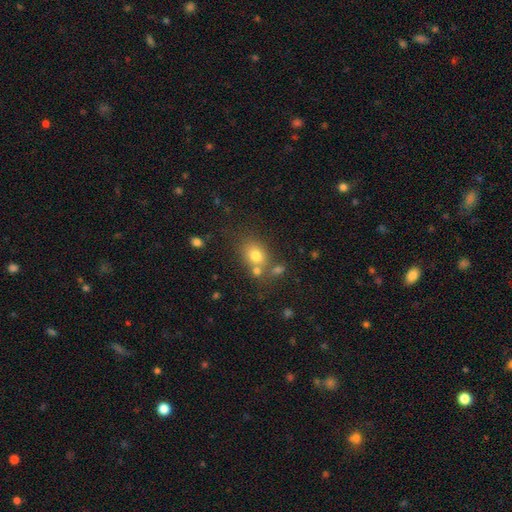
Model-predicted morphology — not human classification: Q: Smooth or featured?
A: smooth (75%); runner-up: star or artifact (13%)
Q: How rounded?
A: in between (52%); runner-up: round (47%)
Q: Merging?
A: none (58%); runner-up: merger (23%)